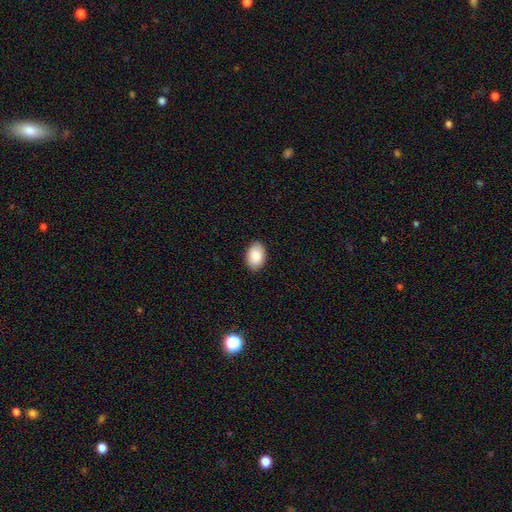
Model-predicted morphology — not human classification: Smooth or featured?
  - smooth: 88% *
  - star or artifact: 6%
  - featured or disk: 6%
How rounded?
  - in between: 88% *
  - round: 11%
  - cigar-shaped: 1%
Merging?
  - none: 88% *
  - minor disturbance: 9%
  - major disturbance: 2%
  - merger: 1%